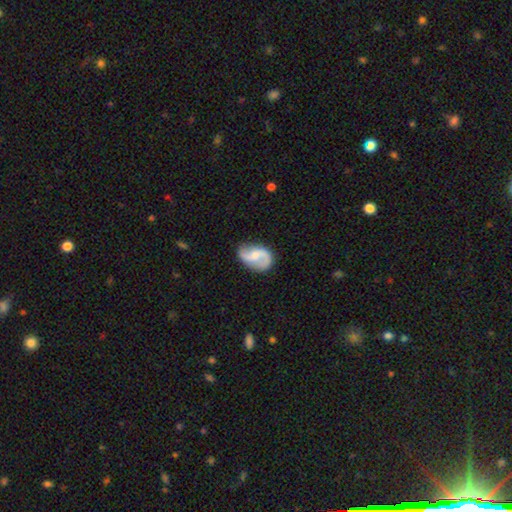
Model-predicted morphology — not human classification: smooth_or_featured: featured or disk (p=0.78) [alt: smooth p=0.16]
disk_edge_on: no (p=0.98) [alt: yes p=0.02]
bar: weak (p=0.47) [alt: no p=0.39]
has_spiral_arms: yes (p=0.95) [alt: no p=0.05]
spiral_winding: loose (p=0.63) [alt: medium p=0.29]
spiral_arm_count: 2 (p=0.90) [alt: 1 p=0.04]
bulge_size: small (p=0.45) [alt: moderate p=0.40]
merging: none (p=0.75) [alt: minor disturbance p=0.17]